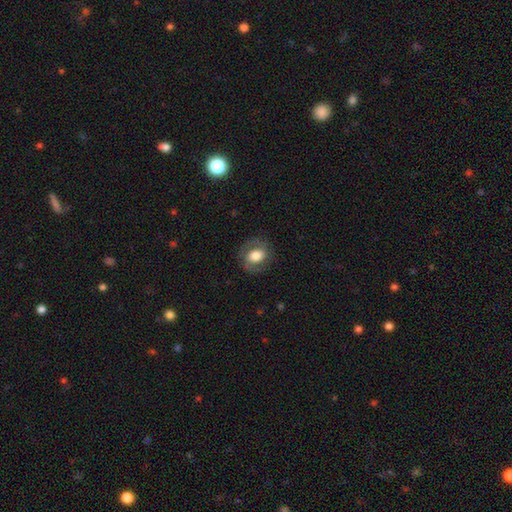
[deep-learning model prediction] Smooth or featured? smooth (49%)
Merging? none (77%)